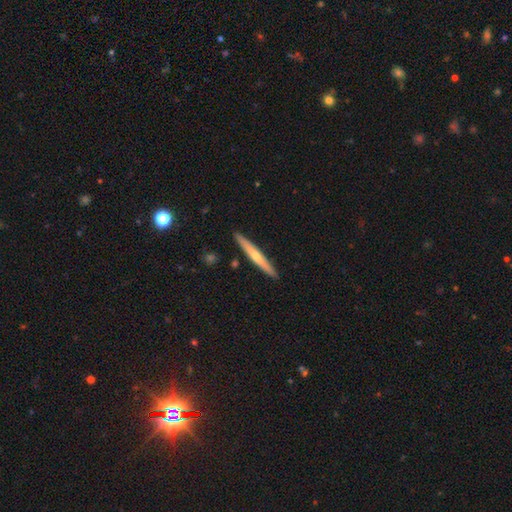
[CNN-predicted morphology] smooth-or-featured: featured or disk: 48% | smooth: 46% | star or artifact: 5%
  merging: none: 91% | minor disturbance: 7% | merger: 2% | major disturbance: 1%